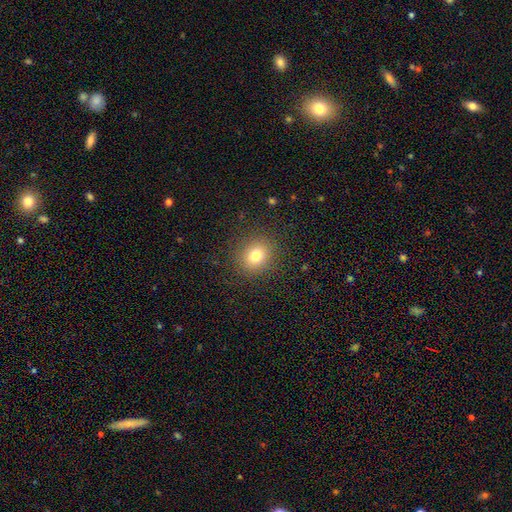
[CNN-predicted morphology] Smooth or featured? smooth (77%)
How rounded? round (78%)
Merging? none (88%)